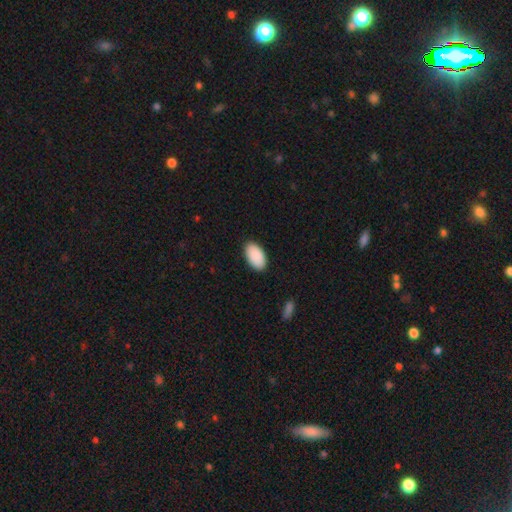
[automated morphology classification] smooth-or-featured: smooth: 92% | star or artifact: 6% | featured or disk: 3%
  how-rounded: in between: 96% | round: 3% | cigar-shaped: 1%
  merging: none: 89% | minor disturbance: 8% | major disturbance: 2% | merger: 1%